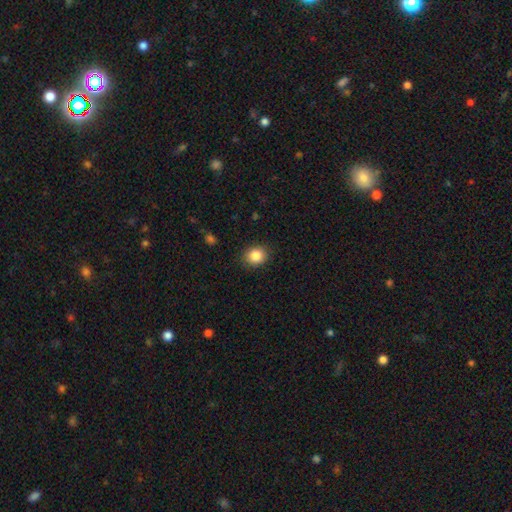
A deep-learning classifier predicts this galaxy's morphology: type=smooth (85%); roundness=round (71%); merging=none (89%).